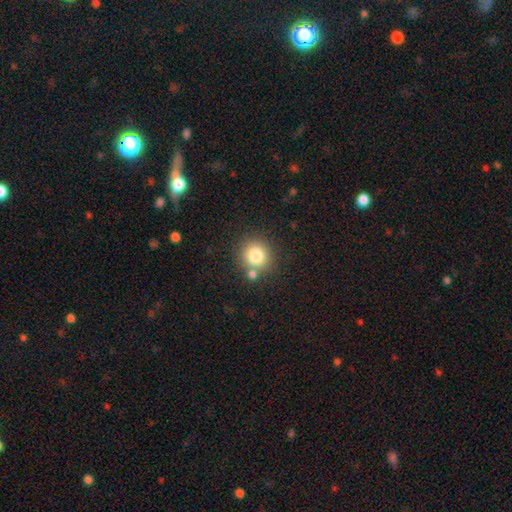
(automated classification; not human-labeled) Smooth or featured: smooth — 79% (star or artifact — 12%)
How rounded: round — 89% (in between — 10%)
Merging: none — 73% (merger — 15%)